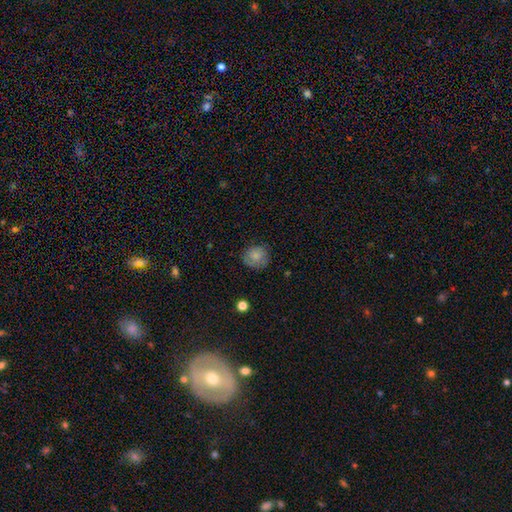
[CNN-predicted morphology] Smooth or featured: smooth — 77% (featured or disk — 14%)
How rounded: round — 80% (in between — 19%)
Merging: none — 72% (minor disturbance — 21%)